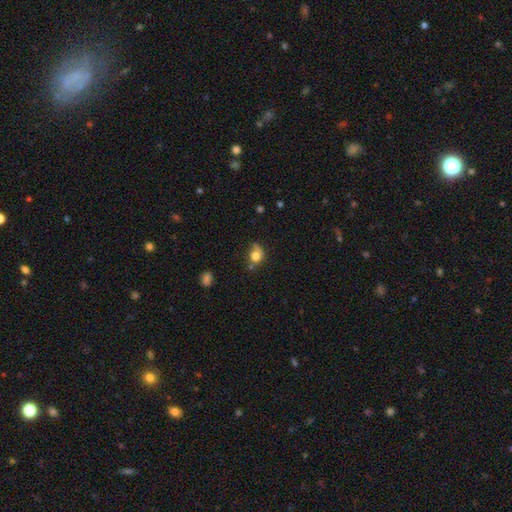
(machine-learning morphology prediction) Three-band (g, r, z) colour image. It shows a smooth galaxy with no disk features (74%) that is round (68%). Merging: none (43%).